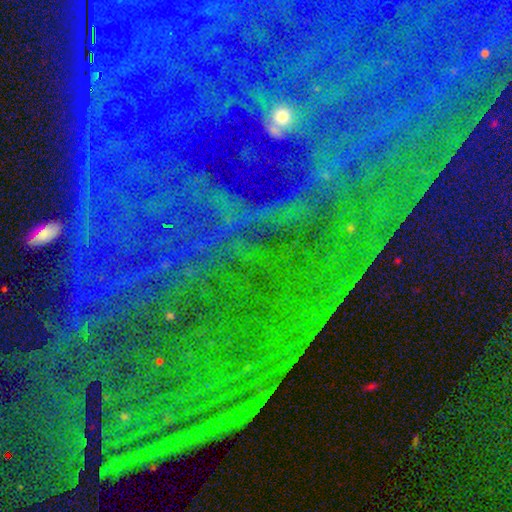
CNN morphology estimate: A star or artifact, not a galaxy (83%).

Vote fractions:
- Smooth or featured? star or artifact: 83% / featured or disk: 9% / smooth: 8%